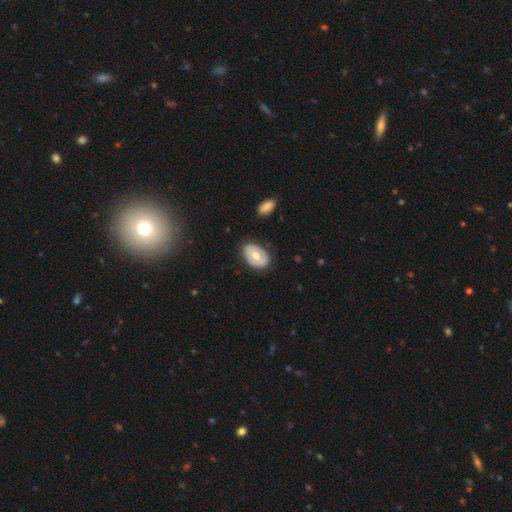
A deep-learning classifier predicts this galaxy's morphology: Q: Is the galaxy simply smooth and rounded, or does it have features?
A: smooth — 61%.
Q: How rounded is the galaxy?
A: in between — 86%.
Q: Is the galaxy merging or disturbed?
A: none — 76%.